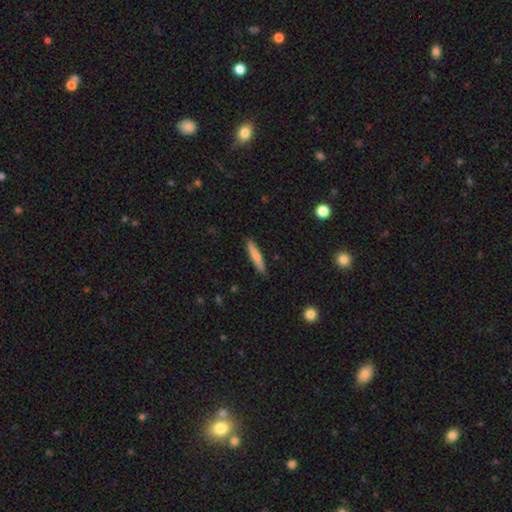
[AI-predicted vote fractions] smooth 78%, featured or disk 16%, star or artifact 6%. Down the decision tree: how rounded — cigar-shaped (91%); merging — none (87%).